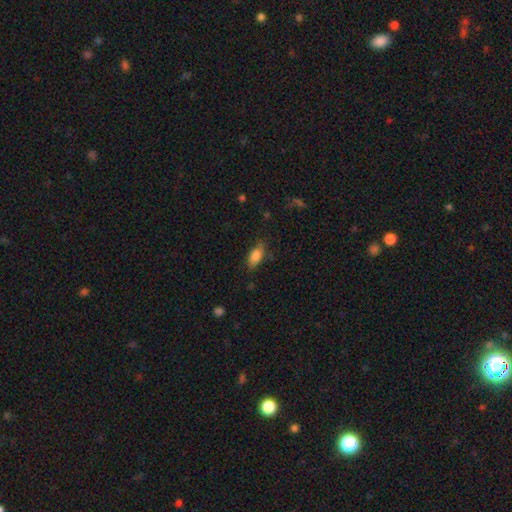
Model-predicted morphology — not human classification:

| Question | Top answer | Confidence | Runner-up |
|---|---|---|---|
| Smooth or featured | smooth | 80% | featured or disk (12%) |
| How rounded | in between | 79% | cigar-shaped (18%) |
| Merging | none | 76% | minor disturbance (18%) |